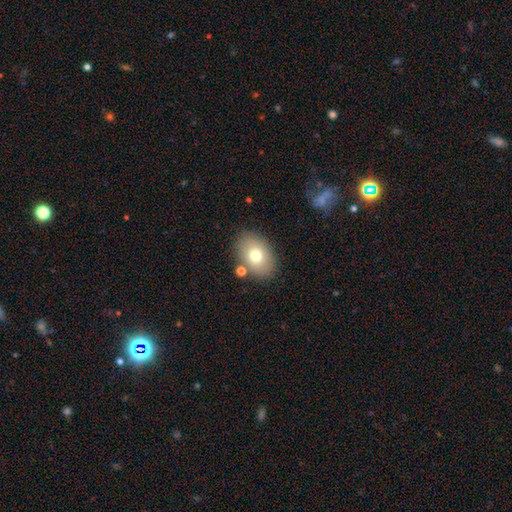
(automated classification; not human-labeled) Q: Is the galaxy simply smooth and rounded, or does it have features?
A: smooth — 74%.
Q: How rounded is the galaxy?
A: in between — 79%.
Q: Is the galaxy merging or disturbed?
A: none — 81%.